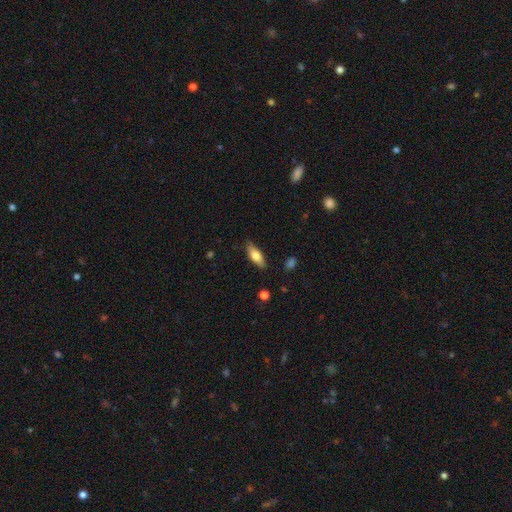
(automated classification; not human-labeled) smooth_or_featured: smooth (p=0.68) [alt: featured or disk p=0.26]
how_rounded: in between (p=0.68) [alt: cigar-shaped p=0.30]
merging: none (p=0.83) [alt: minor disturbance p=0.13]